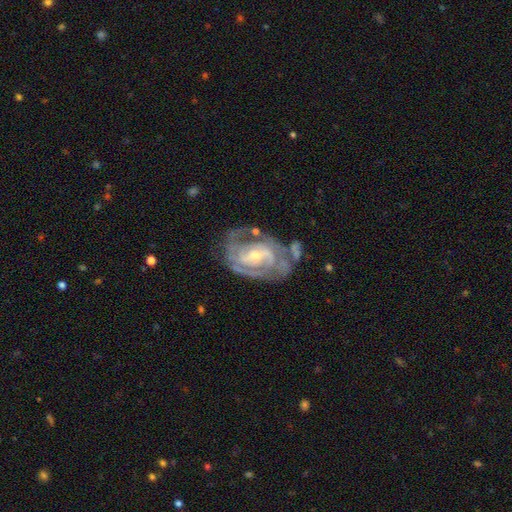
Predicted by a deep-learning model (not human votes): A featured or disk galaxy (87%) with a weak bar (43%), 2 (47%) tight (59%) spiral arms (94%) and a small central bulge (56%). Merging: none (53%).